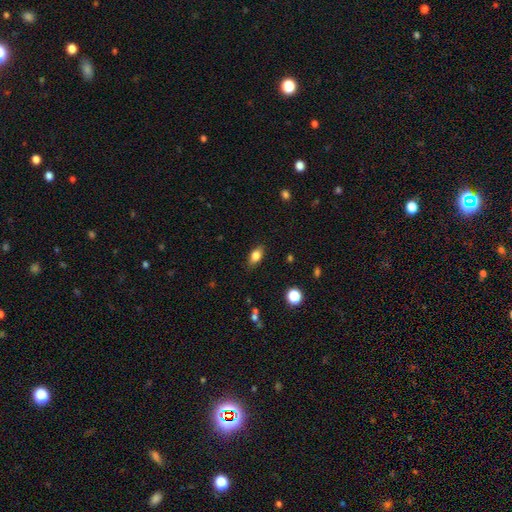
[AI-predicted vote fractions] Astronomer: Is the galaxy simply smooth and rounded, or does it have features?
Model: smooth — 81%.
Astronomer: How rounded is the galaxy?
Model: in between — 85%.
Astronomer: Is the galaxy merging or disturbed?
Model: none — 85%.